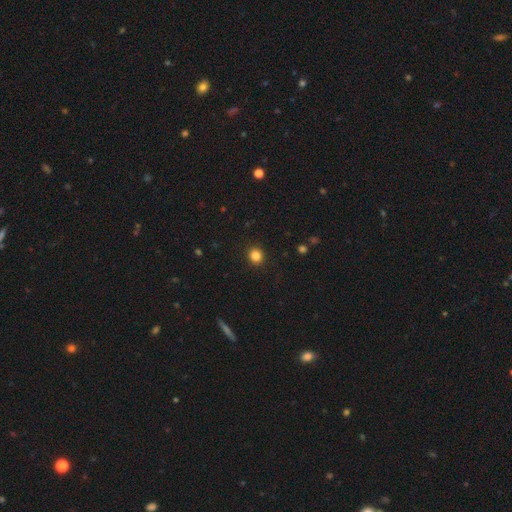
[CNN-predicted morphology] A smooth galaxy with no disk features (84%) that is round (89%). Merging: none (92%).